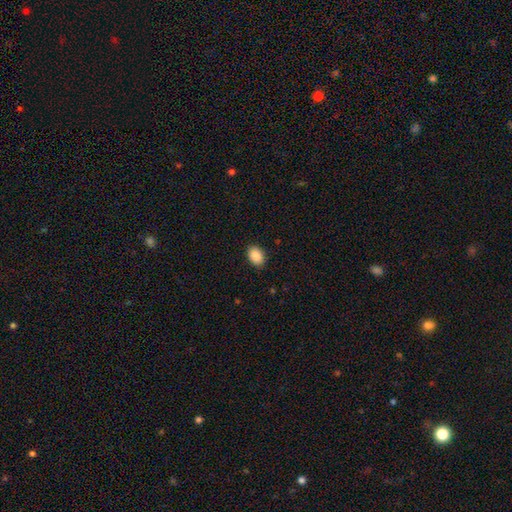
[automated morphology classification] This is clearly a smooth galaxy (89%). How rounded: likely in between (74%). Merging: clearly none (89%).